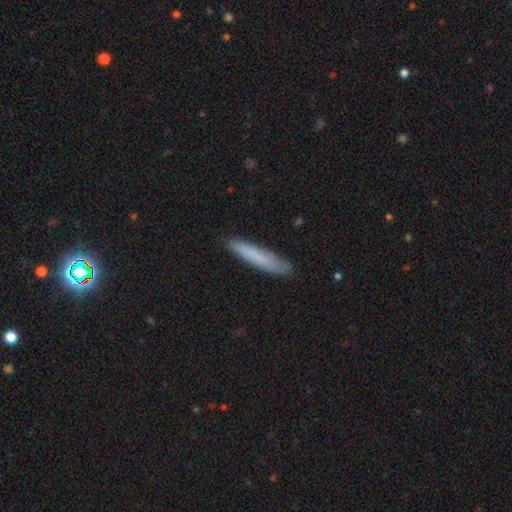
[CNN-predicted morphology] Smooth or featured: smooth — 75% (featured or disk — 19%)
How rounded: cigar-shaped — 91% (in between — 8%)
Merging: none — 84% (minor disturbance — 12%)